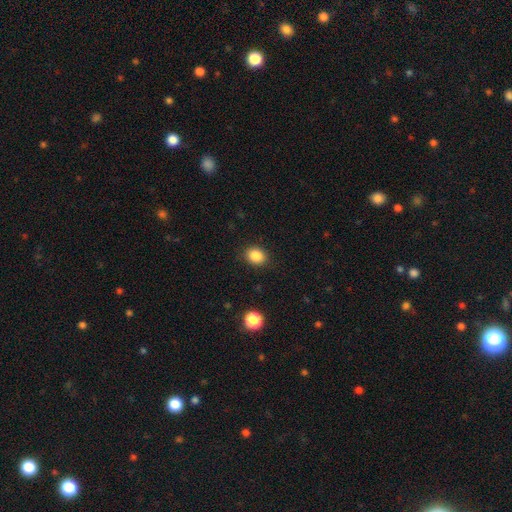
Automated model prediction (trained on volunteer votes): Smooth or featured? Predicted: smooth (p=0.86). How rounded? Predicted: round (p=0.57). Merging? Predicted: none (p=0.87).